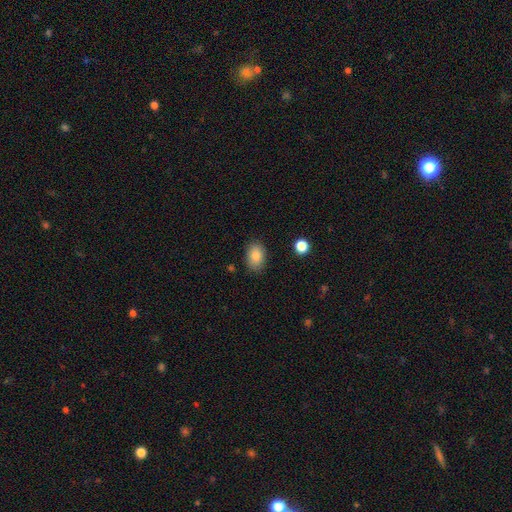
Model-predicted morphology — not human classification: Q: Smooth or featured?
A: smooth (85%); runner-up: star or artifact (8%)
Q: How rounded?
A: in between (84%); runner-up: round (15%)
Q: Merging?
A: none (85%); runner-up: minor disturbance (11%)